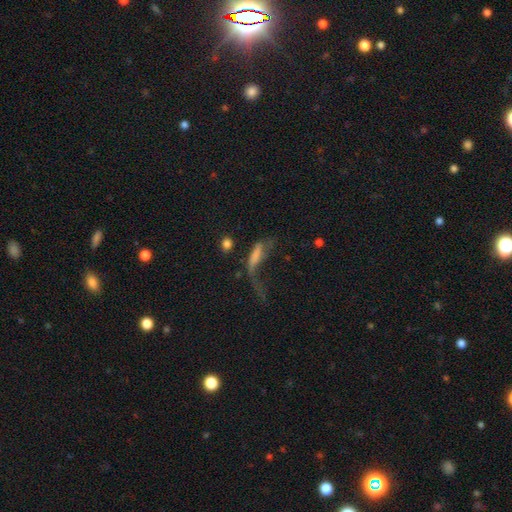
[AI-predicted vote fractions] This appears to be a smooth galaxy with no disk features (58%) that is cigar-shaped (49%). Merging: major disturbance (54%).